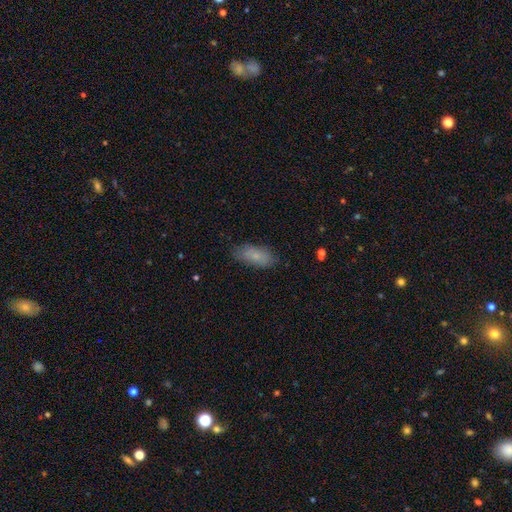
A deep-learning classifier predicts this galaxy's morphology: A smooth galaxy with no disk features (78%) that is in between round and cigar-shaped (84%).

Vote fractions:
- Smooth or featured? smooth: 78% / featured or disk: 15% / star or artifact: 7%
- How rounded? in between: 84% / cigar-shaped: 14% / round: 3%
- Merging? none: 80% / minor disturbance: 16% / major disturbance: 3% / merger: 1%